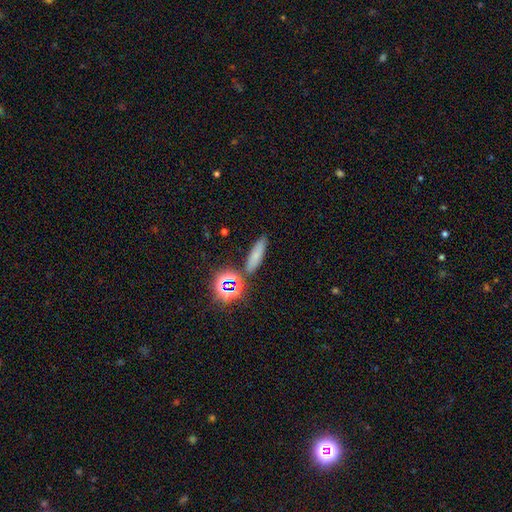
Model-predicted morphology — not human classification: The model was most divided on "how rounded": cigar-shaped: 62%, in between: 30%, round: 8%. More confident: merging — none (83%); smooth or featured — smooth (63%).